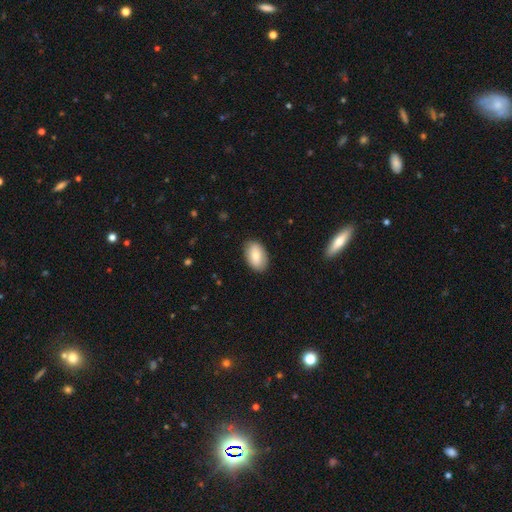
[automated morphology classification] Smooth or featured? smooth (79%)
How rounded? in between (92%)
Merging? none (86%)